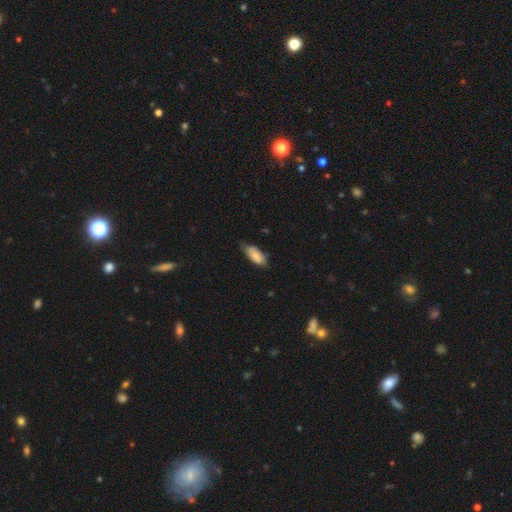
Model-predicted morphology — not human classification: smooth 82%, featured or disk 11%, star or artifact 6%. Down the decision tree: how rounded — in between (86%); merging — none (58%).